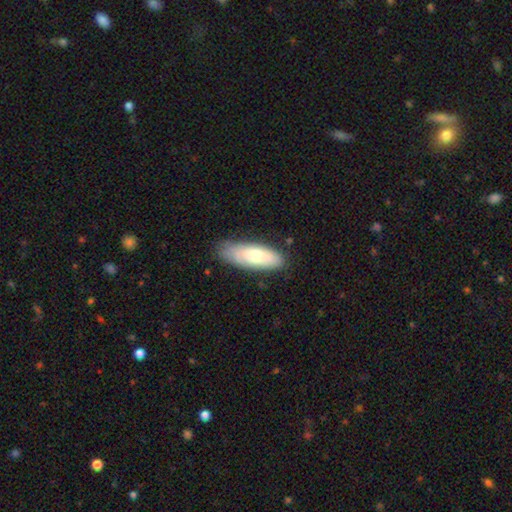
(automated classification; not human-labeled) Smooth or featured? smooth (73%)
How rounded? in between (66%)
Merging? none (70%)